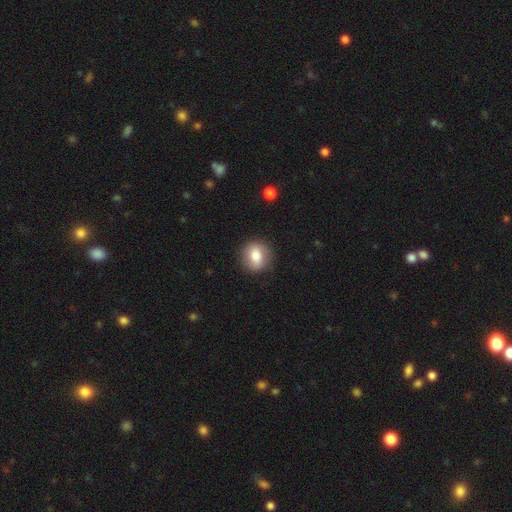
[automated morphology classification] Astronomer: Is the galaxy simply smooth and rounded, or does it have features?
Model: smooth — 76%.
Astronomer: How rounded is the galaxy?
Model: round — 74%.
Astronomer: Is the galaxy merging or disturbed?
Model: none — 86%.